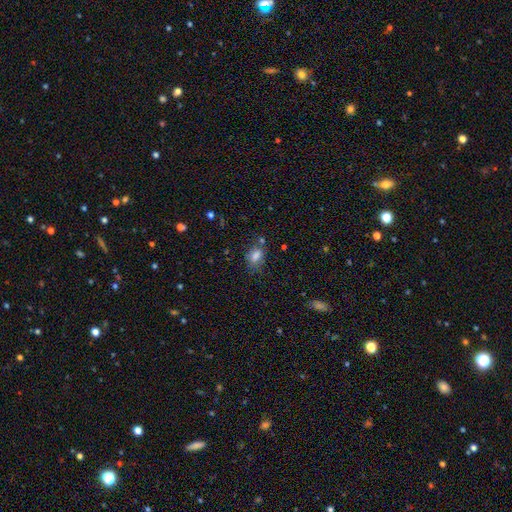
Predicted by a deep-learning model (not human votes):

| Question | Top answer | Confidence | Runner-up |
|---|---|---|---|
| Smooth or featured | smooth | 77% | star or artifact (12%) |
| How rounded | in between | 81% | round (16%) |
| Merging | none | 59% | minor disturbance (24%) |